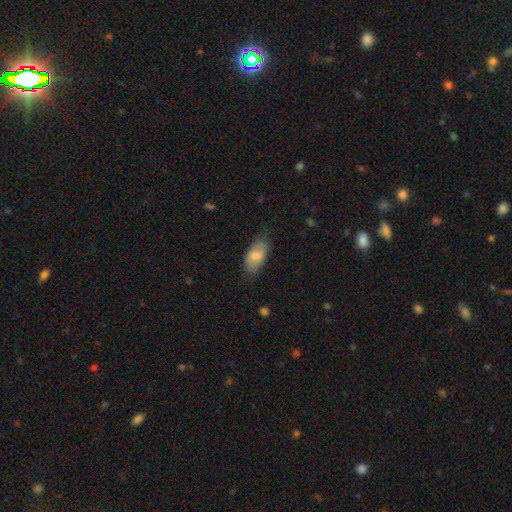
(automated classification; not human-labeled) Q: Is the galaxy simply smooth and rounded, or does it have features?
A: smooth — 72%.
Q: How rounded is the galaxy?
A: in between — 91%.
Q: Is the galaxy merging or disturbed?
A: none — 68%.